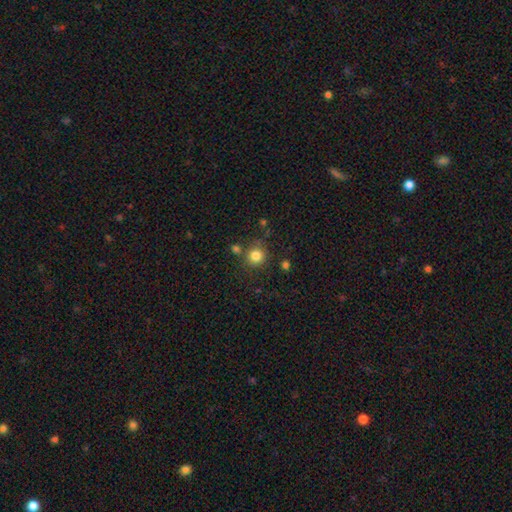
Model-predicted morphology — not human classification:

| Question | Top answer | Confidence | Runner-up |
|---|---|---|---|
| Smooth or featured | smooth | 82% | star or artifact (12%) |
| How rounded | round | 92% | in between (7%) |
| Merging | none | 77% | minor disturbance (10%) |